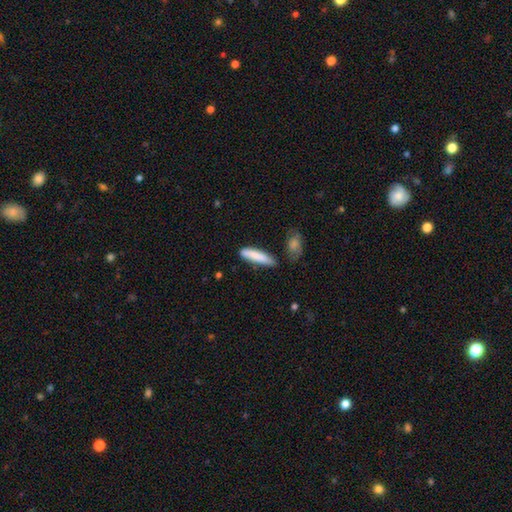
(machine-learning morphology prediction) type=smooth (82%); roundness=cigar-shaped (79%); merging=none (68%).